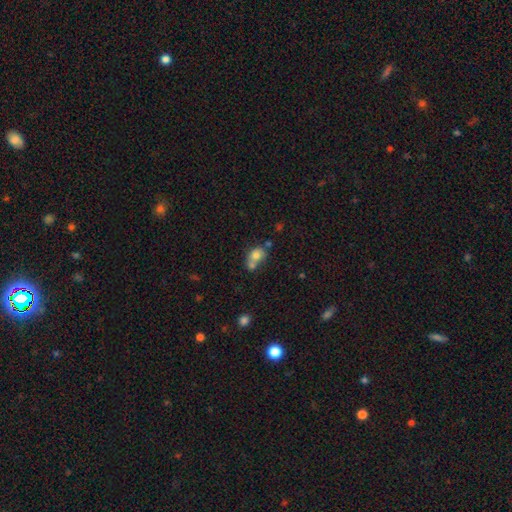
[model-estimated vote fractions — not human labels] This is likely a smooth galaxy (76%). How rounded: possibly in between (54%). Merging: possibly merger (53%).